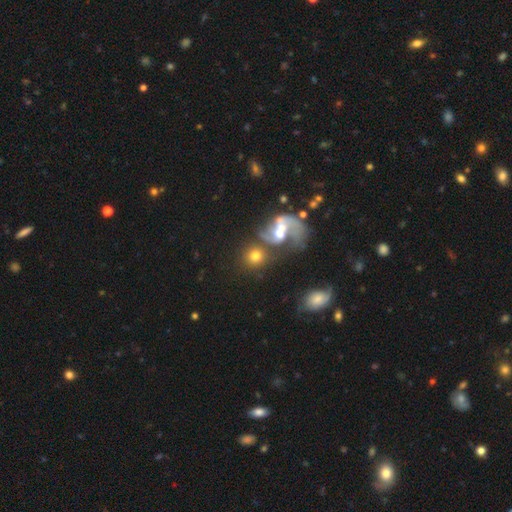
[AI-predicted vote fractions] This appears to be a smooth galaxy with no disk features (52%) that is round (78%). Merging: merger (46%).